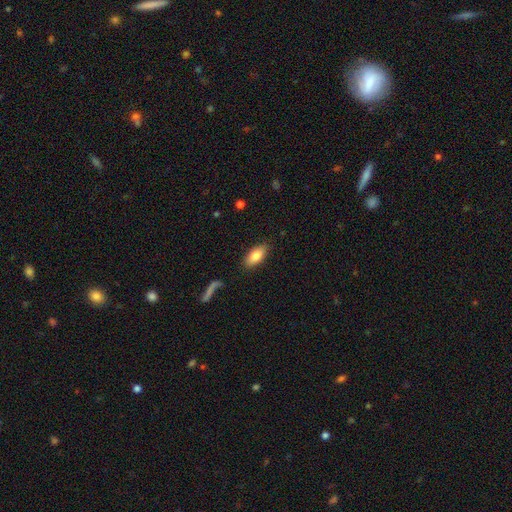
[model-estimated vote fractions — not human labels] Overall: smooth (81%). How rounded: in between (87%). Merging: none (85%).